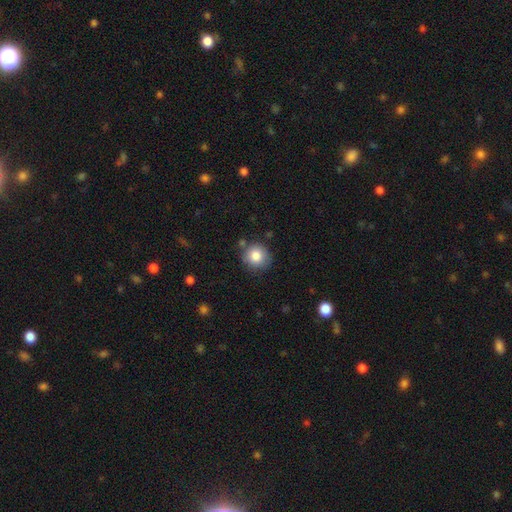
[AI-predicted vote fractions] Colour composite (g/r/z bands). It shows a smooth galaxy with no disk features (83%) that is round (89%). Merging: none (80%).